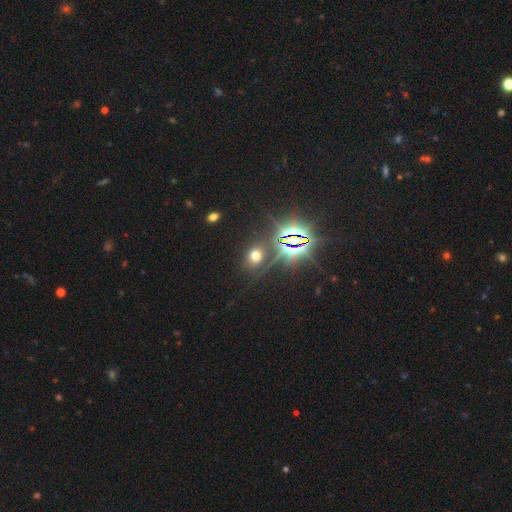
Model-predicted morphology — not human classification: Smooth or featured? Predicted: smooth (p=0.50). Merging? Predicted: none (p=0.78).